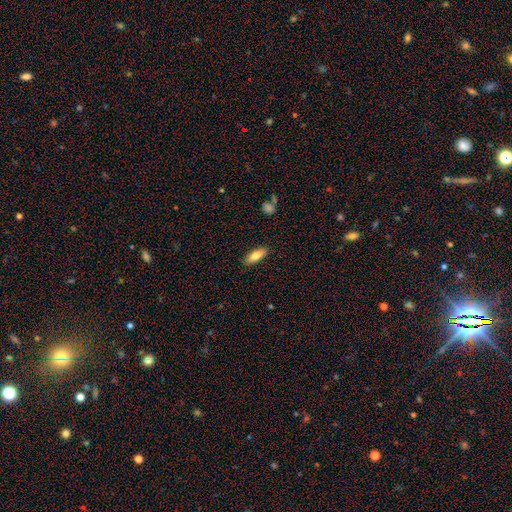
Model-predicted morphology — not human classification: Q: Smooth or featured?
A: smooth (79%); runner-up: featured or disk (15%)
Q: How rounded?
A: in between (67%); runner-up: cigar-shaped (31%)
Q: Merging?
A: none (88%); runner-up: minor disturbance (9%)